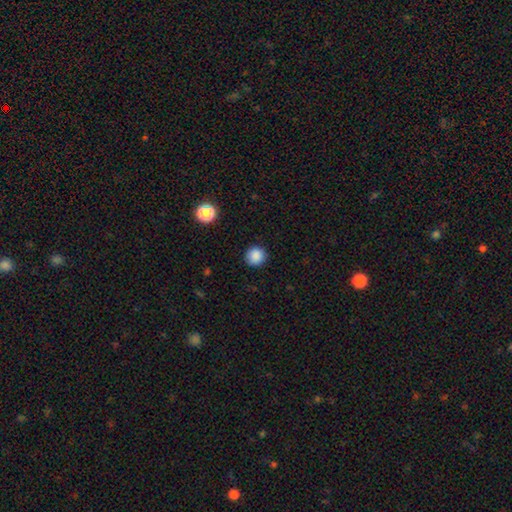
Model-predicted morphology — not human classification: Overall: smooth (87%). How rounded: round (93%). Merging: none (90%).